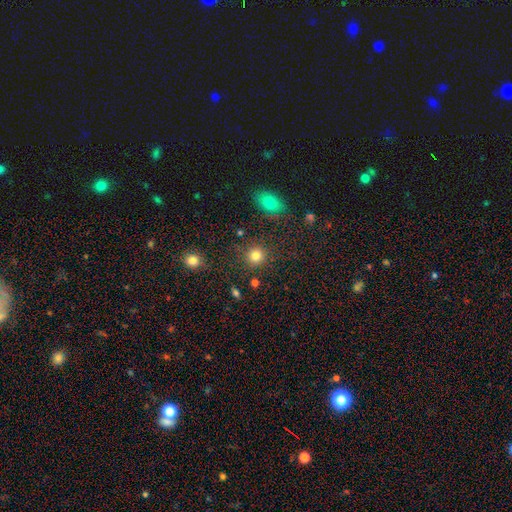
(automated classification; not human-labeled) This is clearly a smooth galaxy (82%). How rounded: clearly round (90%). Merging: clearly none (85%).